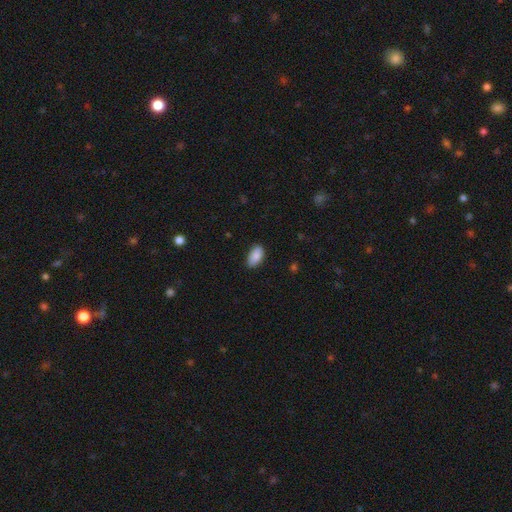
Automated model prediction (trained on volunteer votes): Smooth or featured?
  - smooth: 88% *
  - star or artifact: 7%
  - featured or disk: 6%
How rounded?
  - in between: 94% *
  - round: 3%
  - cigar-shaped: 2%
Merging?
  - none: 84% *
  - minor disturbance: 13%
  - major disturbance: 2%
  - merger: 1%